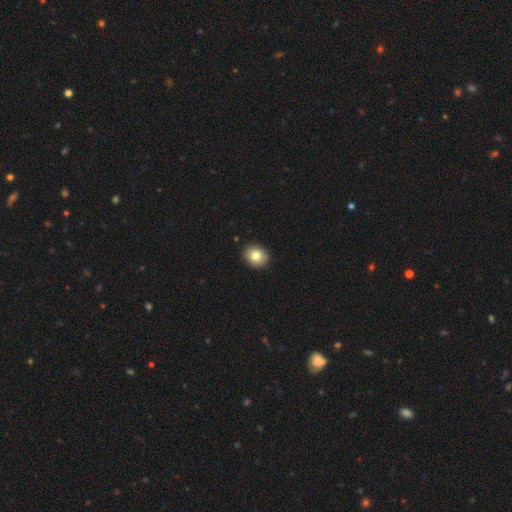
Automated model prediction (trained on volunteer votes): Overall: smooth (81%). How rounded: round (65%; in between 34%). Merging: none (91%).